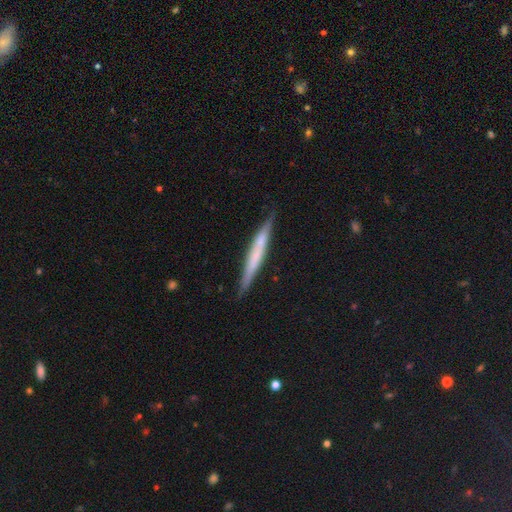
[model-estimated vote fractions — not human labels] This appears to be a smooth galaxy with no disk features (48%). Merging: none (85%).